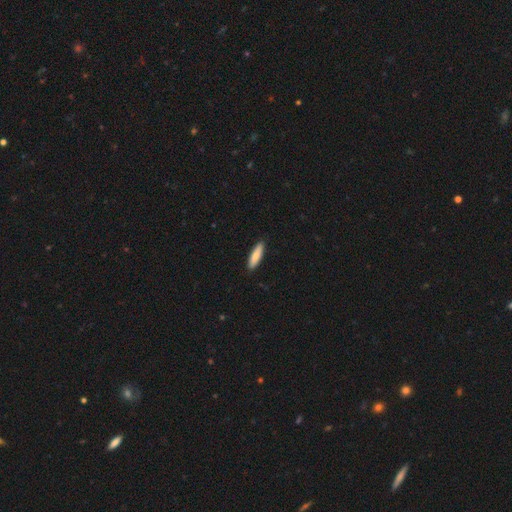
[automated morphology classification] This appears to be a smooth galaxy with no disk features (80%) that is cigar-shaped (67%). Merging: none (91%).